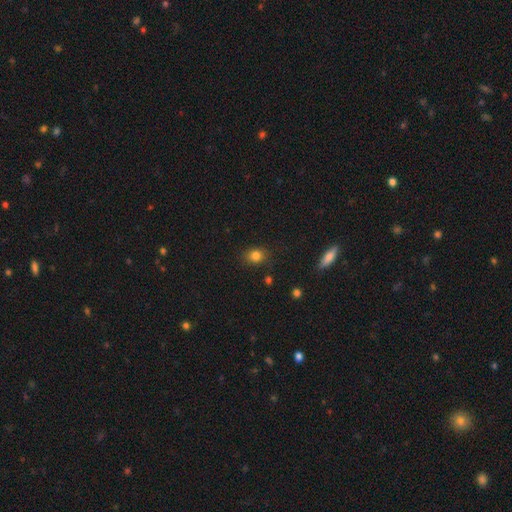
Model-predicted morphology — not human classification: A smooth galaxy with no disk features (81%) that is round (55%). Merging: none (83%).